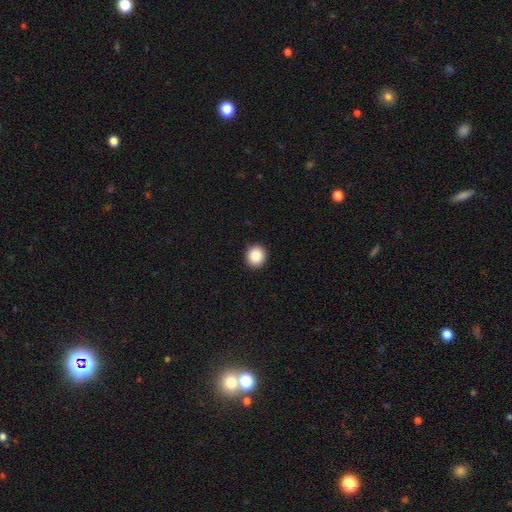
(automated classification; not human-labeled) This is clearly a smooth galaxy (87%). How rounded: clearly round (89%). Merging: clearly none (93%).